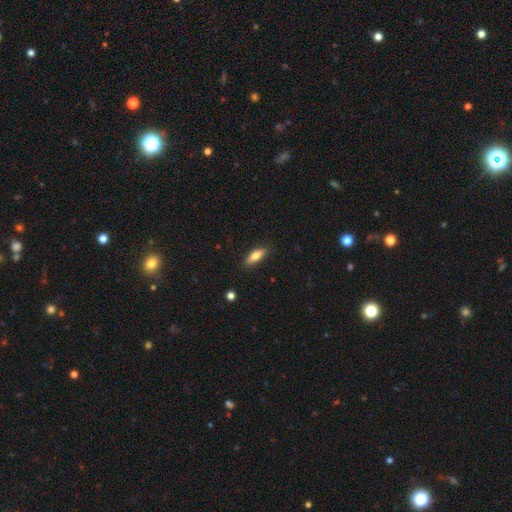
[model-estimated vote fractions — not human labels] smooth 70%, featured or disk 24%, star or artifact 6%. Down the decision tree: how rounded — in between (56%); merging — none (88%).